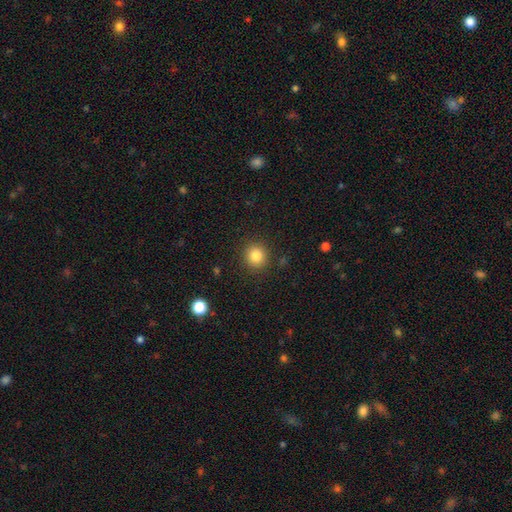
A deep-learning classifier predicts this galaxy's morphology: A smooth galaxy with no disk features (83%) that is round (91%).

Vote fractions:
- Smooth or featured? smooth: 83% / star or artifact: 11% / featured or disk: 5%
- How rounded? round: 91% / in between: 8% / cigar-shaped: 1%
- Merging? none: 90% / minor disturbance: 7% / major disturbance: 2% / merger: 1%